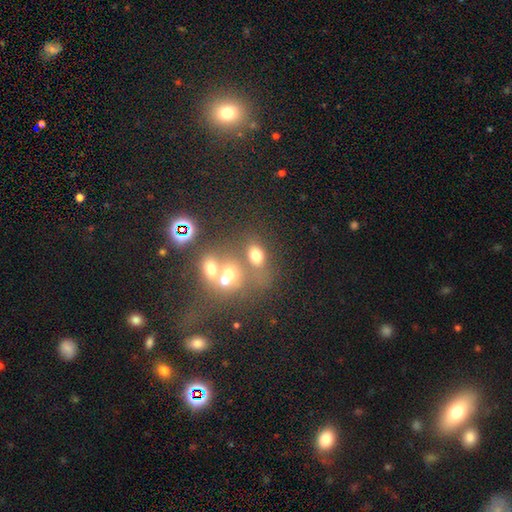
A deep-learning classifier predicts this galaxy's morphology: smooth 66%, star or artifact 18%, featured or disk 15%. Down the decision tree: how rounded — in between (58%); merging — none (45%).